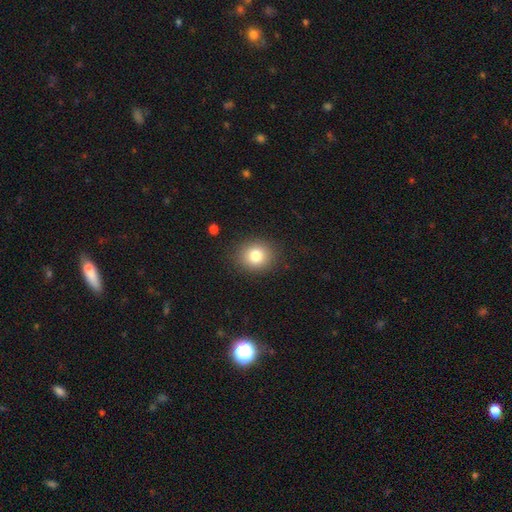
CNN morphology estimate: Smooth or featured: smooth — 81% (star or artifact — 11%)
How rounded: round — 75% (in between — 24%)
Merging: none — 88% (minor disturbance — 8%)